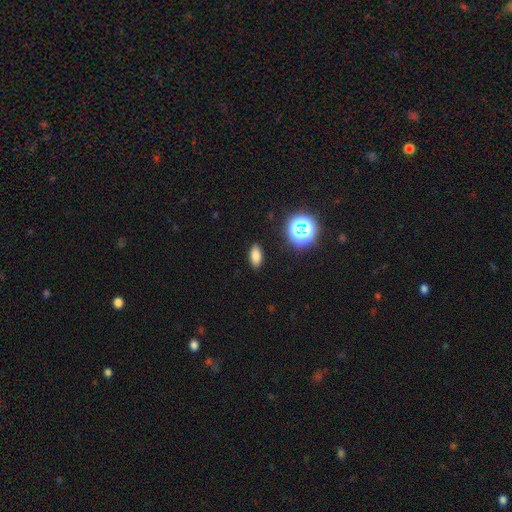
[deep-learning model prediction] Q: Smooth or featured?
A: smooth (77%); runner-up: star or artifact (16%)
Q: How rounded?
A: in between (86%); runner-up: round (8%)
Q: Merging?
A: none (88%); runner-up: minor disturbance (8%)